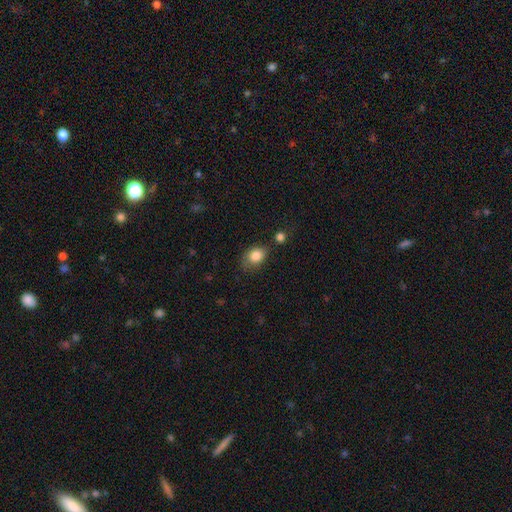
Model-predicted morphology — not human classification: type=smooth (85%); roundness=in between (64%); merging=none (61%).